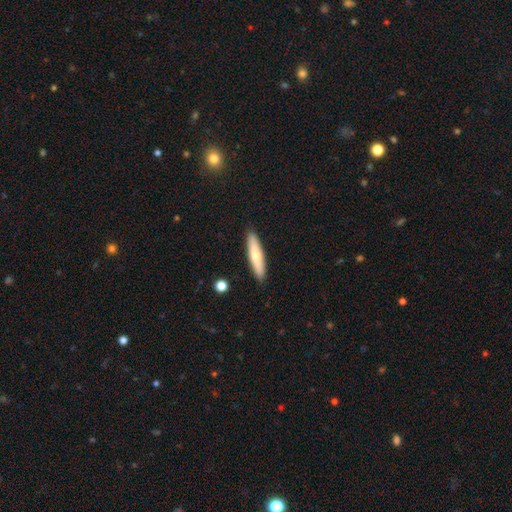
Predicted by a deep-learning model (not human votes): smooth 66%, featured or disk 28%, star or artifact 6%. Down the decision tree: how rounded — cigar-shaped (83%); merging — none (90%).